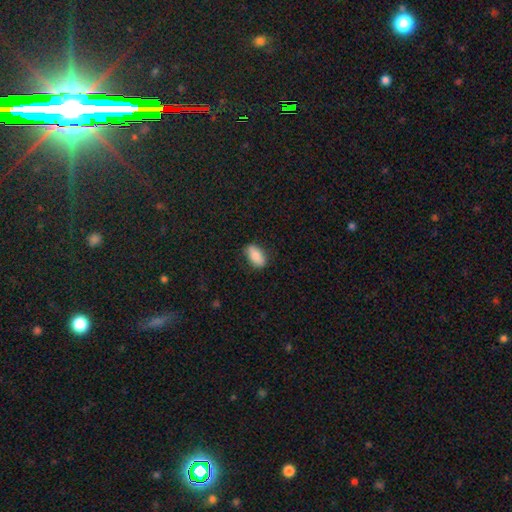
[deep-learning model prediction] A smooth galaxy with no disk features (80%) that is in between round and cigar-shaped (88%). Merging: none (83%).